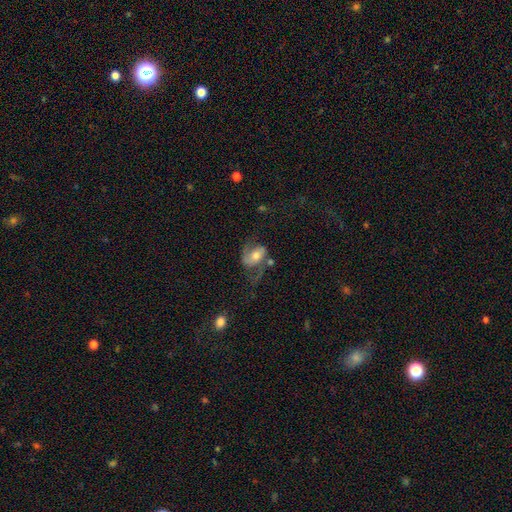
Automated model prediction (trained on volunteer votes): Smooth or featured?
  - featured or disk: 69% *
  - smooth: 23%
  - star or artifact: 8%
Edge-on disk?
  - no: 96% *
  - yes: 4%
Bar?
  - no: 47% *
  - weak: 35%
  - strong: 18%
Spiral arms?
  - yes: 88% *
  - no: 12%
Spiral winding?
  - loose: 48% *
  - medium: 41%
  - tight: 12%
Spiral arm count?
  - 2: 85% *
  - 1: 7%
  - can't tell: 5%
  - 3: 1%
  - 4: 1%
  - more than 4: 1%
Bulge size?
  - moderate: 63% *
  - small: 20%
  - large: 12%
  - none: 2%
  - dominant: 2%
Merging?
  - none: 45% *
  - major disturbance: 27%
  - minor disturbance: 21%
  - merger: 7%